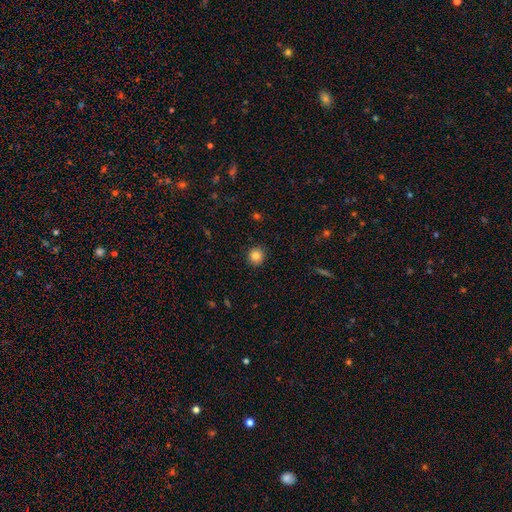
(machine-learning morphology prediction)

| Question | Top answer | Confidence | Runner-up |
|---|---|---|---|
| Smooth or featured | smooth | 84% | star or artifact (11%) |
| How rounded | round | 90% | in between (9%) |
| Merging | none | 91% | minor disturbance (6%) |